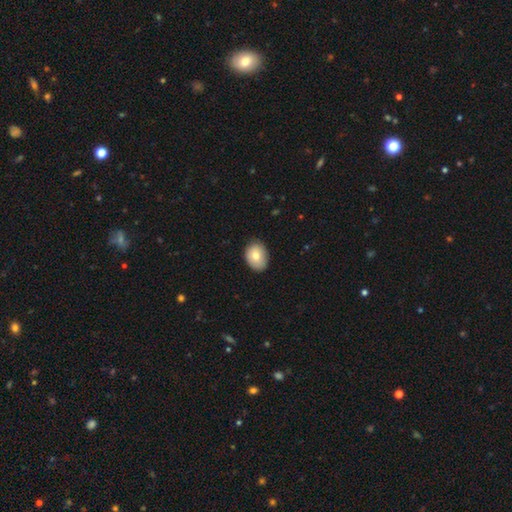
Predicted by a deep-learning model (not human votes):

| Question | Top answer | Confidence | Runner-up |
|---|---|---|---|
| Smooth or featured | smooth | 76% | featured or disk (17%) |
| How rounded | in between | 72% | round (27%) |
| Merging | none | 82% | minor disturbance (15%) |